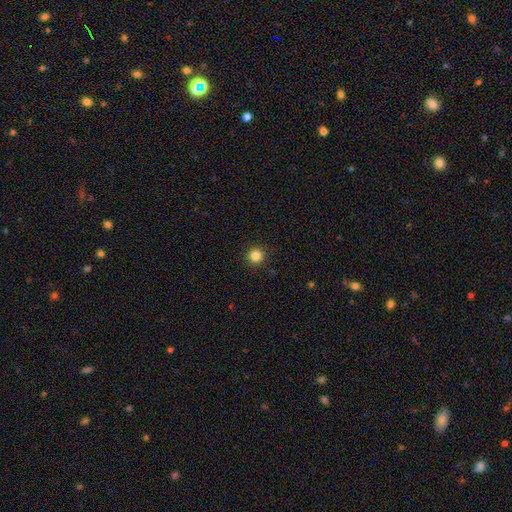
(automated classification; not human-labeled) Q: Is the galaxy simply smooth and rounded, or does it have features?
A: smooth — 84%.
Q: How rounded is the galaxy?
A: round — 95%.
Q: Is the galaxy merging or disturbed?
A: none — 92%.